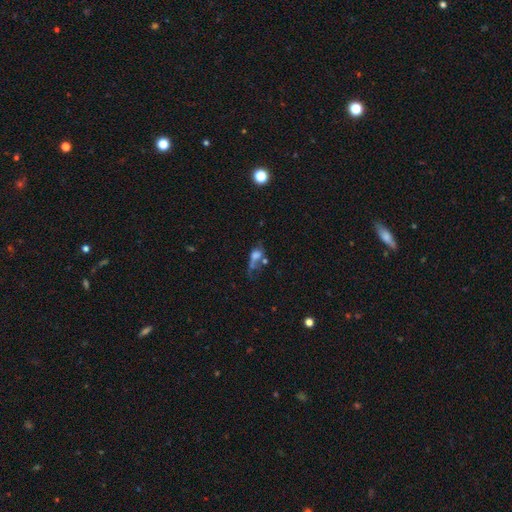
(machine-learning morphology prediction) Overall: smooth (50%; featured or disk 32%). Merging: major disturbance (35%; merger 32%).